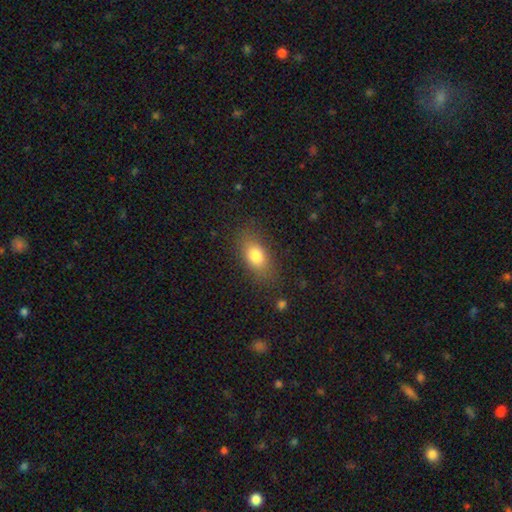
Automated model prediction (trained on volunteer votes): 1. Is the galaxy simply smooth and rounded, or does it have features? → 79% smooth, 12% featured or disk, 9% star or artifact.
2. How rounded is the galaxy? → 84% in between, 11% round, 5% cigar-shaped.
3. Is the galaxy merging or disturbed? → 79% none, 14% minor disturbance, 6% major disturbance, 2% merger.